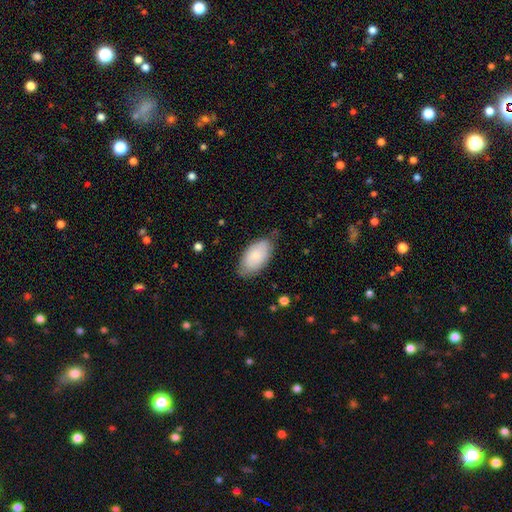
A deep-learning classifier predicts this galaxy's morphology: This appears to be a smooth galaxy with no disk features (79%) that is in between round and cigar-shaped (95%). Merging: none (70%).